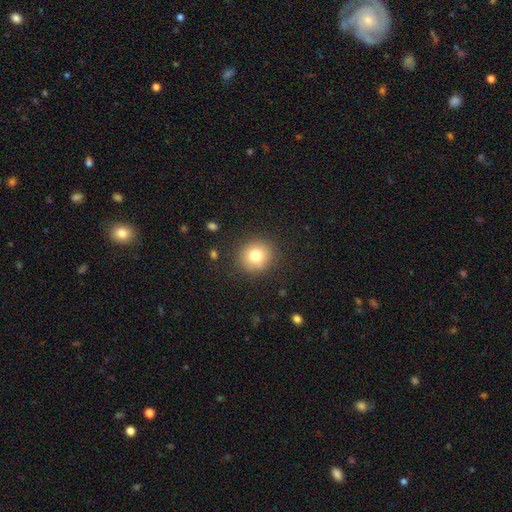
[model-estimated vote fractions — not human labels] Smooth or featured?
  - smooth: 77% *
  - star or artifact: 11%
  - featured or disk: 11%
How rounded?
  - round: 89% *
  - in between: 10%
  - cigar-shaped: 1%
Merging?
  - none: 88% *
  - minor disturbance: 8%
  - major disturbance: 3%
  - merger: 1%